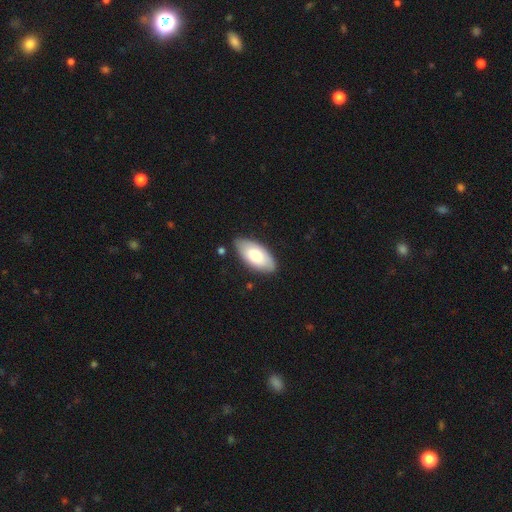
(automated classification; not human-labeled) Smooth or featured? smooth (74%)
How rounded? in between (93%)
Merging? none (80%)